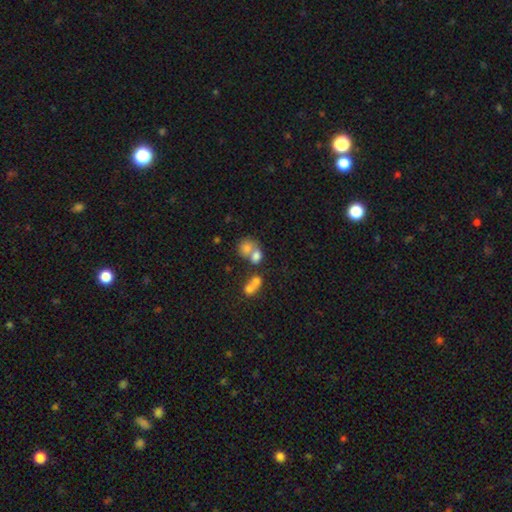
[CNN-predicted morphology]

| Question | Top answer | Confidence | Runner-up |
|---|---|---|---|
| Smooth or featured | smooth | 69% | featured or disk (19%) |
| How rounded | round | 53% | in between (45%) |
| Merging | merger | 59% | none (27%) |